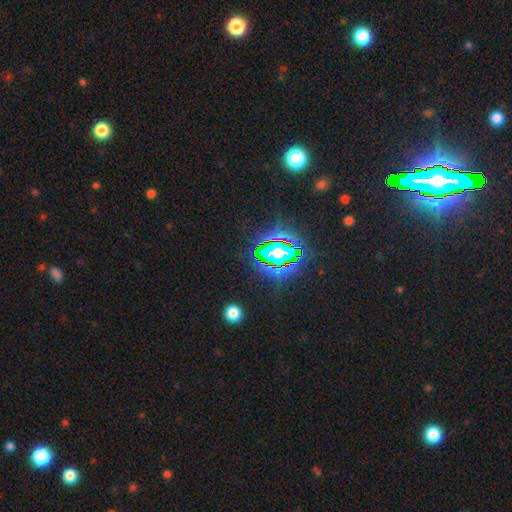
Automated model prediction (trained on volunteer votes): smooth_or_featured: star or artifact (p=0.80) [alt: smooth p=0.12]